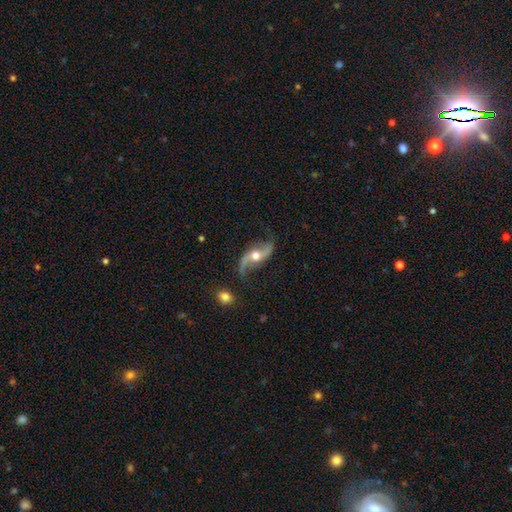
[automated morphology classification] Smooth or featured? Predicted: featured or disk (p=0.87). Edge-on disk? Predicted: no (p=0.94). Bar? Predicted: no (p=0.59). Spiral arms? Predicted: yes (p=0.96). Spiral winding? Predicted: loose (p=0.87). Spiral arm count? Predicted: 2 (p=0.93). Bulge size? Predicted: moderate (p=0.75). Merging? Predicted: none (p=0.72).